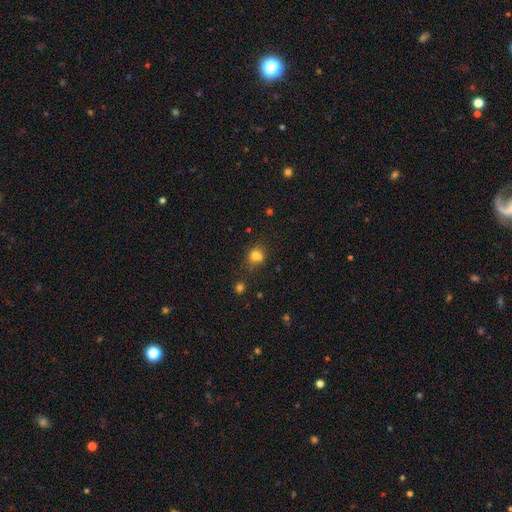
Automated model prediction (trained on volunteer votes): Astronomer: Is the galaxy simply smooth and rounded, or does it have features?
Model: smooth — 76%.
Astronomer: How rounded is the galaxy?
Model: round — 68%.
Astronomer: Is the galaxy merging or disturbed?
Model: none — 55%.